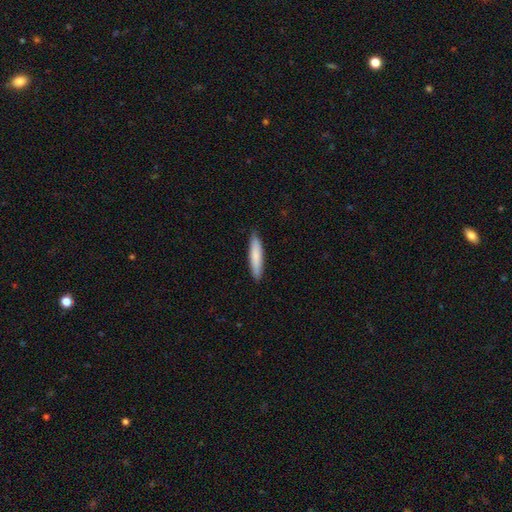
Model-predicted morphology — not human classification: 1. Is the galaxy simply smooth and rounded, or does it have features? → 82% smooth, 13% featured or disk, 5% star or artifact.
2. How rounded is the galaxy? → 84% cigar-shaped, 15% in between, 1% round.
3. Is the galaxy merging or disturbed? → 88% none, 10% minor disturbance, 2% major disturbance, 1% merger.